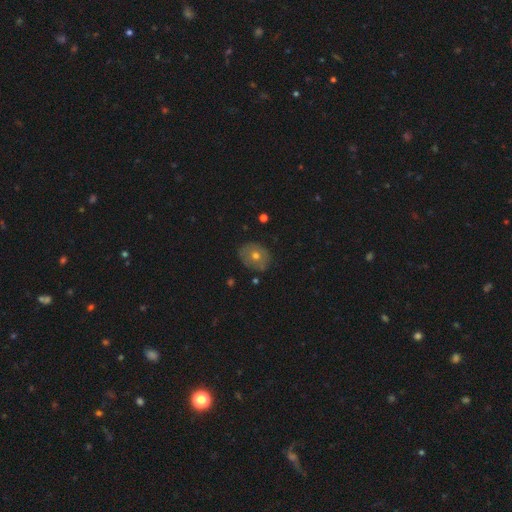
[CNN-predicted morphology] The model was most divided on "how rounded": round: 58%, in between: 41%, cigar-shaped: 1%. More confident: merging — none (81%); smooth or featured — smooth (56%).